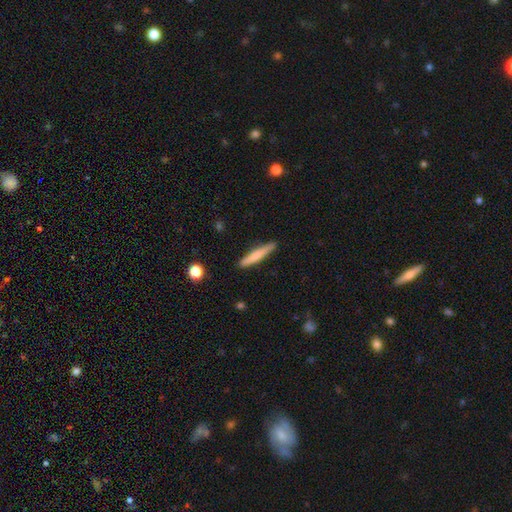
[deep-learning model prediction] A smooth galaxy with no disk features (69%) that is cigar-shaped (93%).

Vote fractions:
- Smooth or featured? smooth: 69% / featured or disk: 25% / star or artifact: 6%
- How rounded? cigar-shaped: 93% / in between: 6% / round: 1%
- Merging? none: 88% / minor disturbance: 9% / major disturbance: 2% / merger: 1%